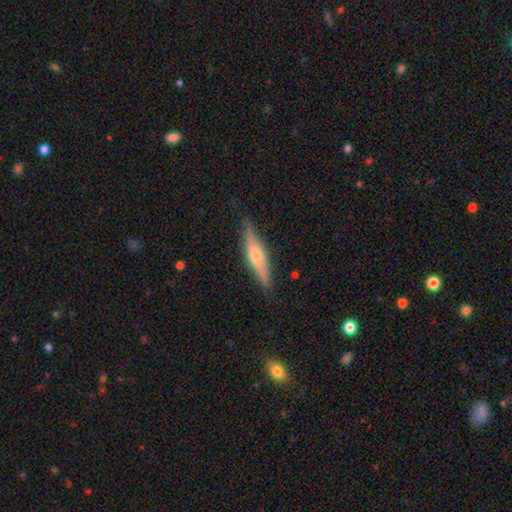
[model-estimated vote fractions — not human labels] This is possibly a featured or disk galaxy (57%). It is clearly viewed edge-on (94%). Edge-on bulge: likely rounded (80%). Merging: clearly none (84%).